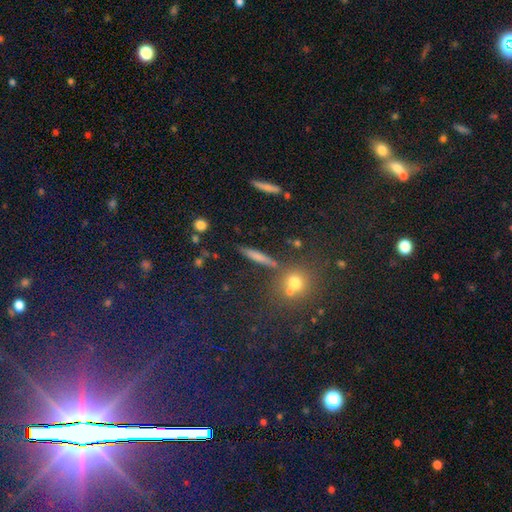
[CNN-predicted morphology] smooth-or-featured: smooth: 50% | featured or disk: 31% | star or artifact: 18%
  how-rounded: cigar-shaped: 76% | in between: 13% | round: 12%
  merging: none: 84% | minor disturbance: 9% | merger: 4% | major disturbance: 3%